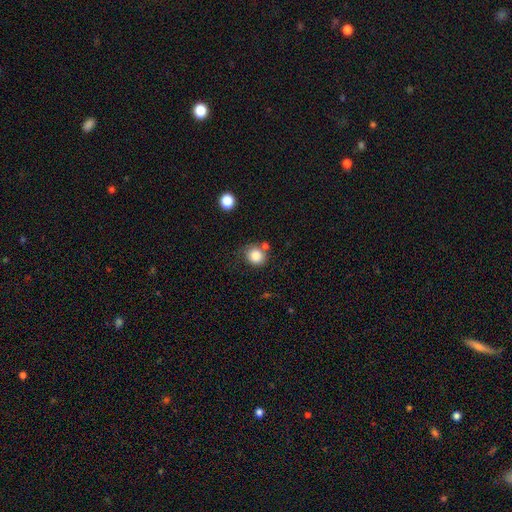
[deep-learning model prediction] Smooth or featured? Predicted: smooth (p=0.84). How rounded? Predicted: round (p=0.84). Merging? Predicted: none (p=0.67).